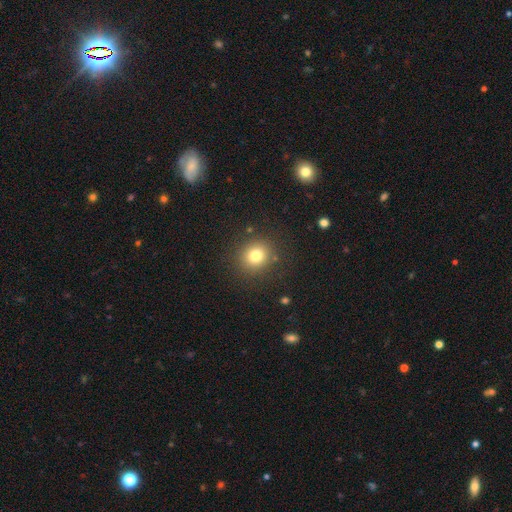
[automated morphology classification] type=smooth (77%); roundness=round (87%); merging=none (88%).